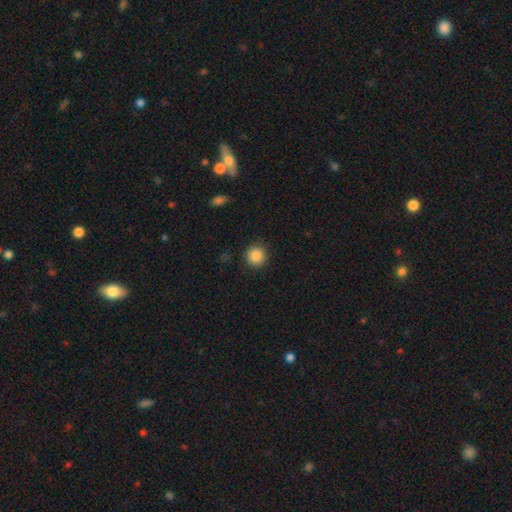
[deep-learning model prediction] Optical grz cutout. It shows a smooth galaxy with no disk features (86%) that is round (94%). Merging: none (90%).